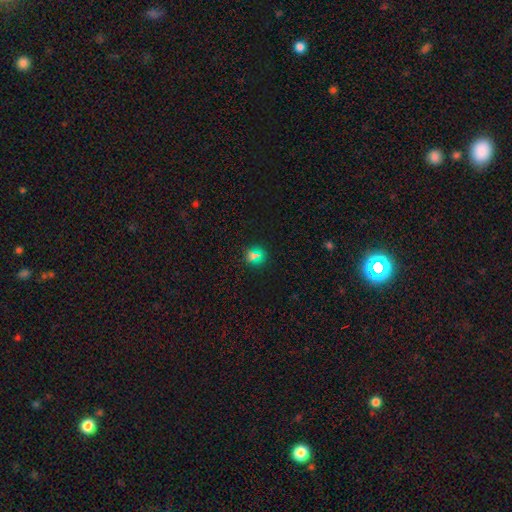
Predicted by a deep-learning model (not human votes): This appears to be a smooth galaxy with no disk features (62%) that is round (90%). Merging: none (88%).